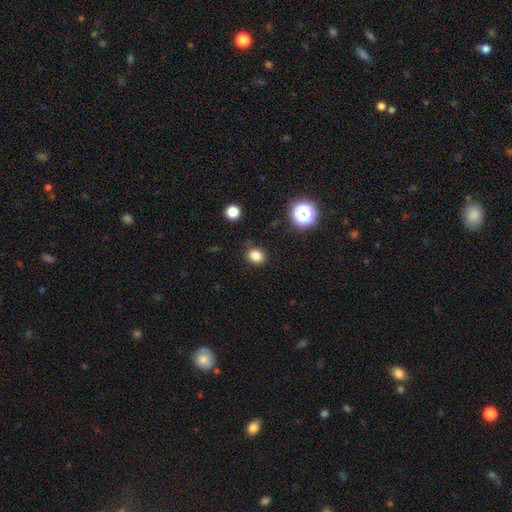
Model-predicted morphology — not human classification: This is clearly a smooth galaxy (82%). How rounded: possibly round (56%). Merging: clearly none (86%).